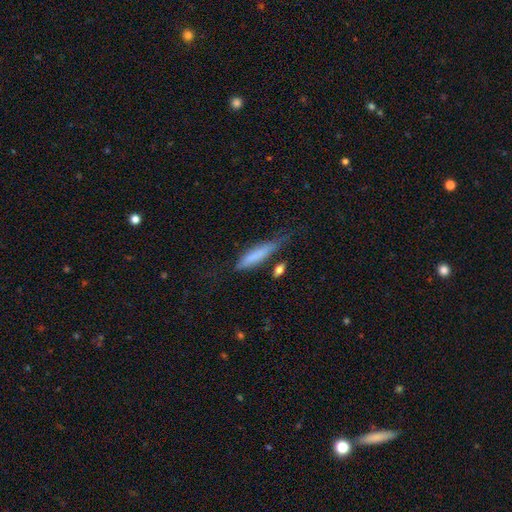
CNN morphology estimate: This appears to be a smooth galaxy with no disk features (74%) that is cigar-shaped (78%). Merging: none (55%).